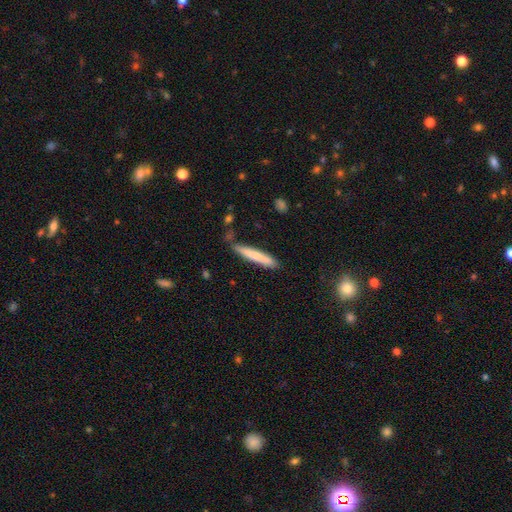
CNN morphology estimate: Smooth or featured? smooth (71%)
How rounded? cigar-shaped (94%)
Merging? none (81%)